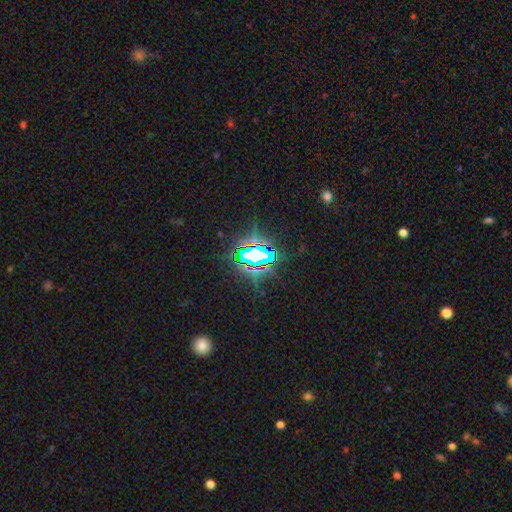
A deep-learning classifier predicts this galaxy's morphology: smooth_or_featured: star or artifact (p=0.76) [alt: smooth p=0.12]